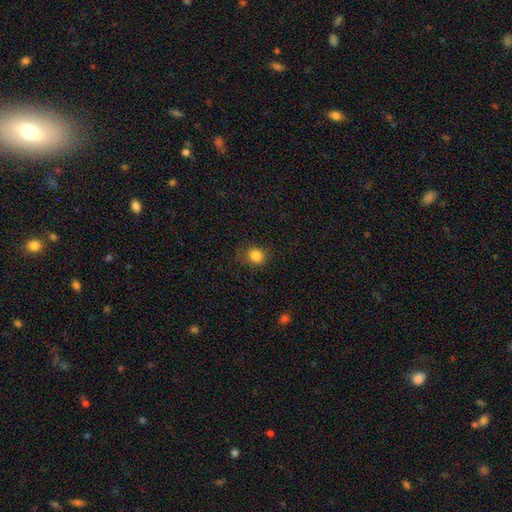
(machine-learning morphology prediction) This is clearly a smooth galaxy (85%). How rounded: likely round (75%). Merging: clearly none (81%).